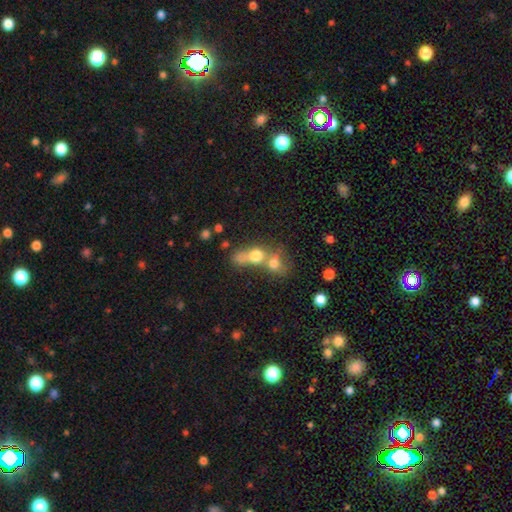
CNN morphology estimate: A smooth galaxy with no disk features (68%) that is round (55%).

Vote fractions:
- Smooth or featured? smooth: 68% / featured or disk: 19% / star or artifact: 13%
- How rounded? round: 55% / in between: 40% / cigar-shaped: 4%
- Merging? merger: 68% / none: 18% / major disturbance: 8% / minor disturbance: 6%